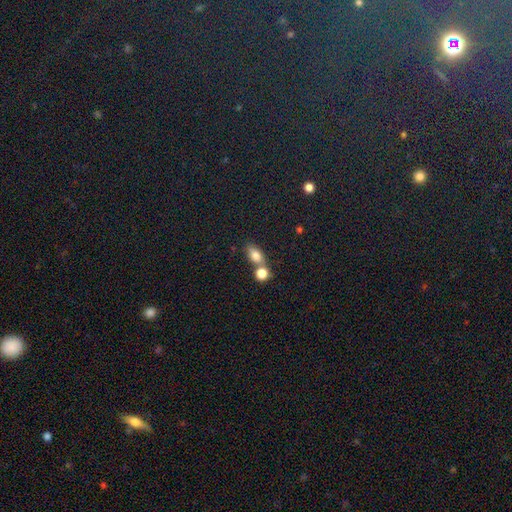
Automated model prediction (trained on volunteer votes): Smooth or featured: smooth — 79% (star or artifact — 11%)
How rounded: in between — 77% (round — 18%)
Merging: none — 45% (merger — 42%)